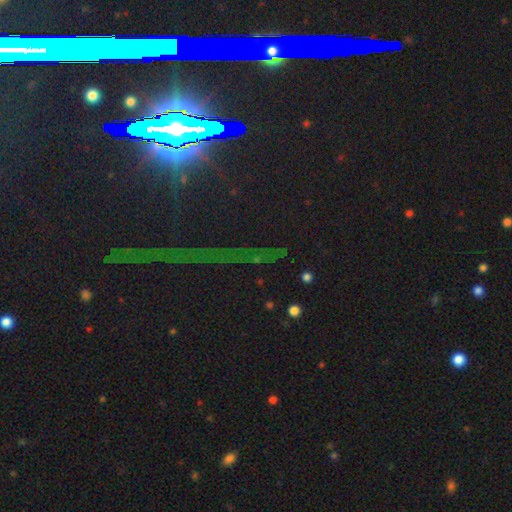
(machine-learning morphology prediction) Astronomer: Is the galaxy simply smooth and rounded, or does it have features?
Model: star or artifact — 79%.